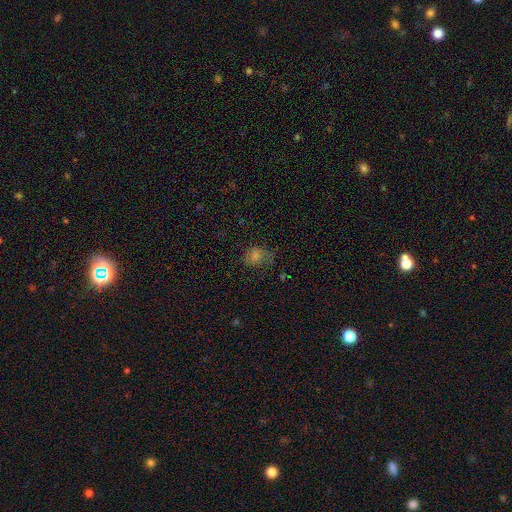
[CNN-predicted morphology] Smooth or featured? smooth (58%)
How rounded? round (57%)
Merging? none (55%)